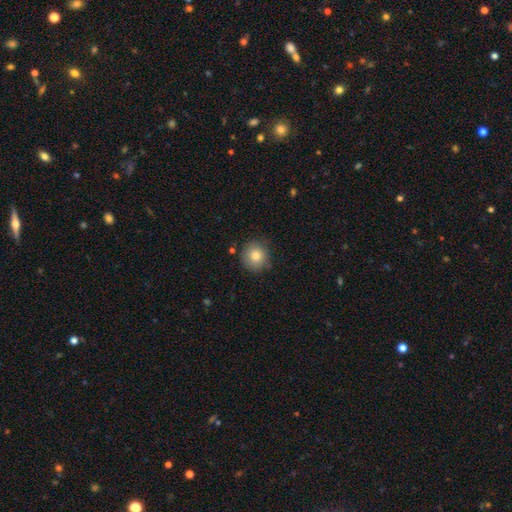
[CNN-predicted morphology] smooth 82%, star or artifact 10%, featured or disk 9%. Down the decision tree: how rounded — round (92%); merging — none (83%).